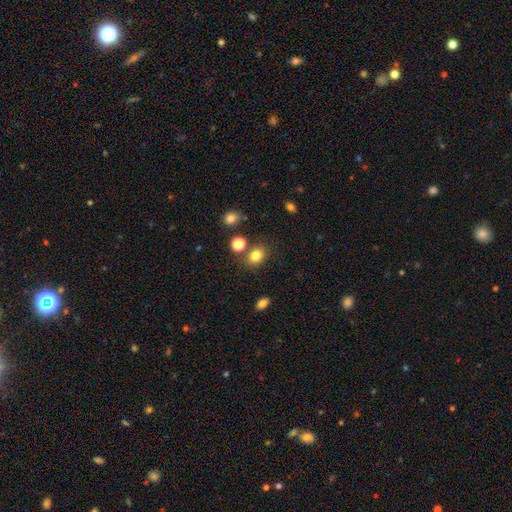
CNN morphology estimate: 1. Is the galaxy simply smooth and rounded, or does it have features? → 81% smooth, 12% star or artifact, 6% featured or disk.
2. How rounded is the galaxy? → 54% round, 45% in between, 1% cigar-shaped.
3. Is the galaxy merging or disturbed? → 76% none, 12% minor disturbance, 9% merger, 4% major disturbance.